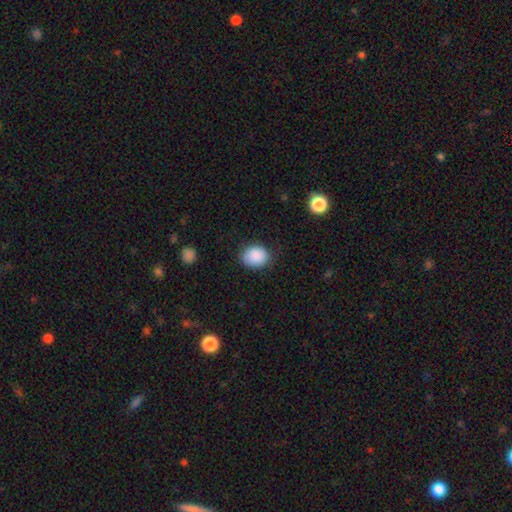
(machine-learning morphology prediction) smooth-or-featured: smooth: 89% | star or artifact: 8% | featured or disk: 4%
  how-rounded: in between: 50% | round: 49% | cigar-shaped: 1%
  merging: none: 81% | minor disturbance: 15% | major disturbance: 3% | merger: 1%